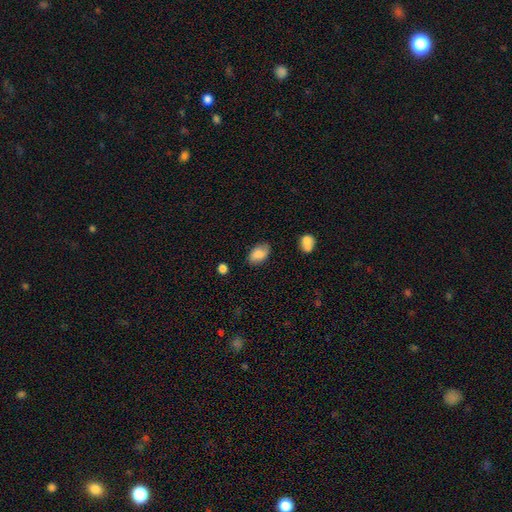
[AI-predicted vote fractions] Smooth or featured: smooth — 81% (featured or disk — 11%)
How rounded: in between — 90% (round — 8%)
Merging: none — 78% (minor disturbance — 17%)